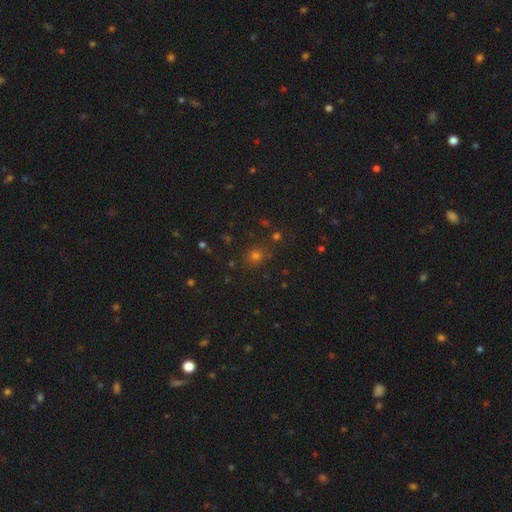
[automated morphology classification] This appears to be a smooth galaxy with no disk features (61%) that is round (86%). Merging: none (81%).